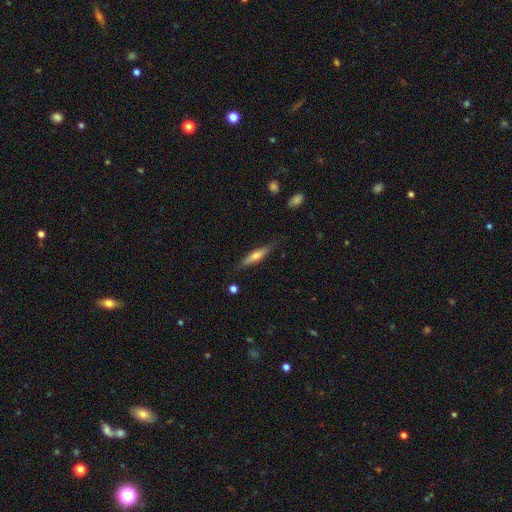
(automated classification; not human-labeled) Q: Smooth or featured?
A: smooth (47%); tied with: featured or disk (47%)
Q: Merging?
A: none (81%); runner-up: minor disturbance (14%)